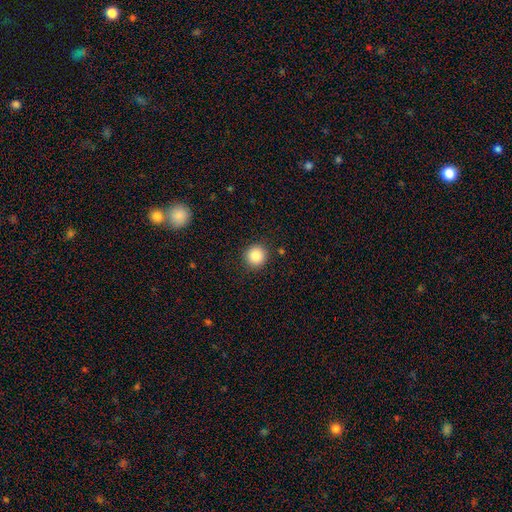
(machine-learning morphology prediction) A smooth galaxy with no disk features (86%) that is round (93%). Merging: none (90%).